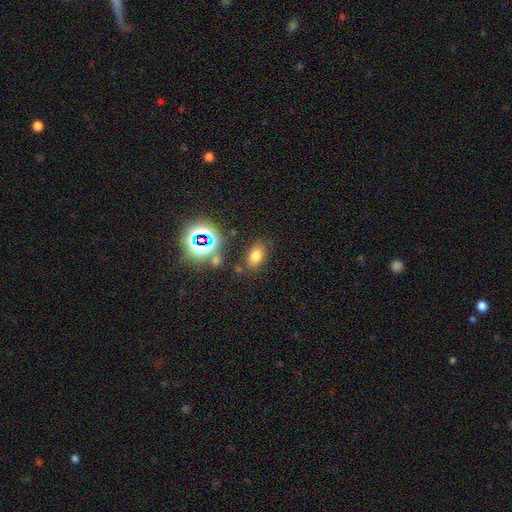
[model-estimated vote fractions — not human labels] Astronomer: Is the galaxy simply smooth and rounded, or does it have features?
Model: smooth — 69%.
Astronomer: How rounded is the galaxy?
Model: in between — 83%.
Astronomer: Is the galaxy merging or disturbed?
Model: none — 78%.